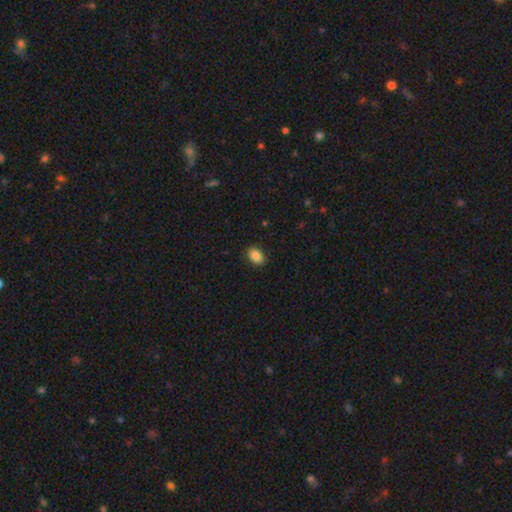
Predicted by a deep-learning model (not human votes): A smooth galaxy with no disk features (86%) that is in between round and cigar-shaped (82%). Merging: none (87%).